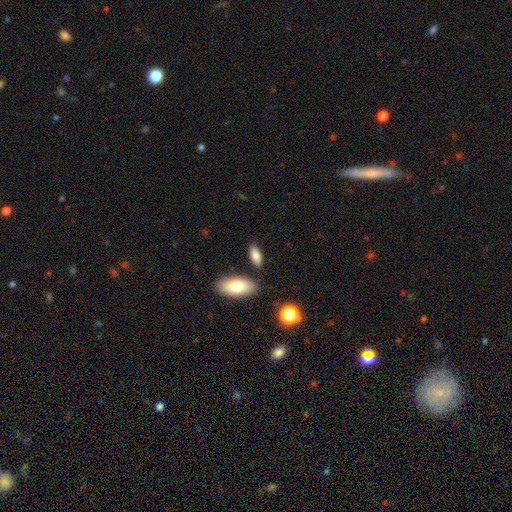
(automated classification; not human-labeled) Smooth or featured? smooth (82%)
How rounded? in between (82%)
Merging? none (80%)